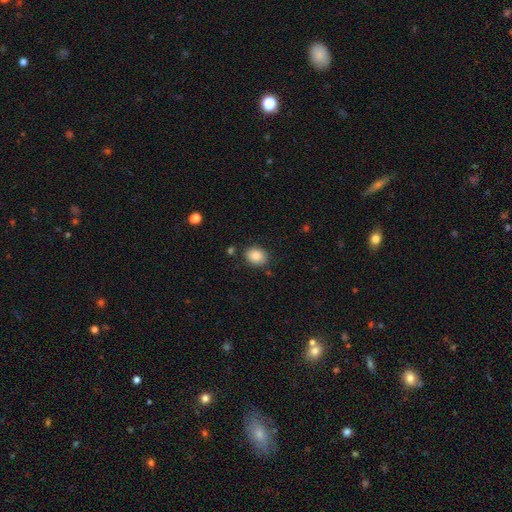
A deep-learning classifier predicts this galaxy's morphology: smooth-or-featured: smooth: 86% | star or artifact: 8% | featured or disk: 6%
  how-rounded: in between: 54% | round: 45% | cigar-shaped: 1%
  merging: none: 82% | minor disturbance: 12% | major disturbance: 3% | merger: 3%